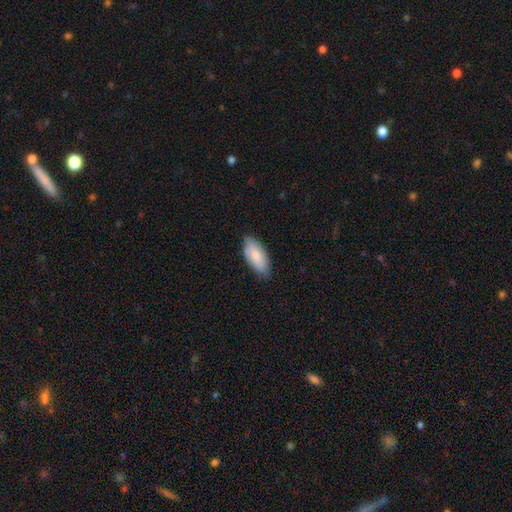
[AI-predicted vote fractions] A smooth galaxy with no disk features (76%) that is in between round and cigar-shaped (89%). Merging: none (74%).